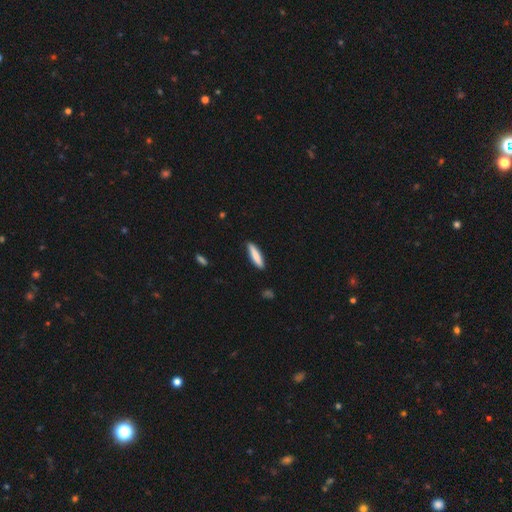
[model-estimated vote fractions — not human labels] This is clearly a smooth galaxy (81%). How rounded: clearly cigar-shaped (83%). Merging: clearly none (87%).